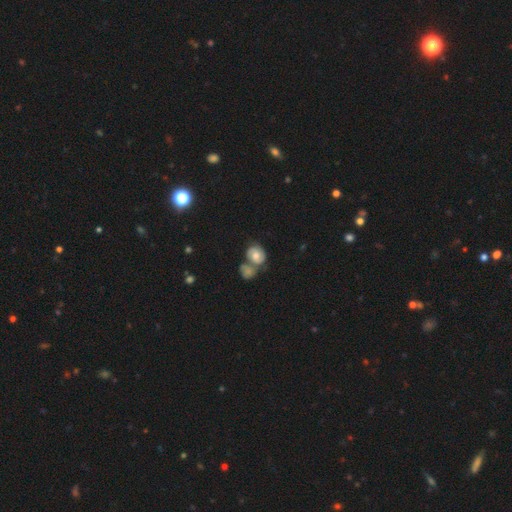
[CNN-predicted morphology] Q: Smooth or featured?
A: featured or disk (48%); runner-up: smooth (44%)
Q: Merging?
A: merger (45%); runner-up: none (35%)